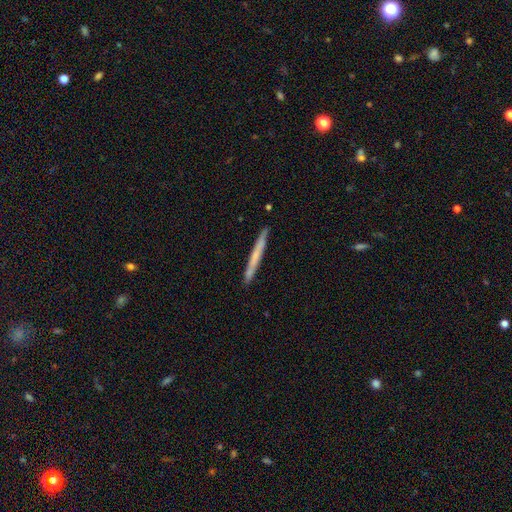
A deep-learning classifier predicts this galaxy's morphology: type=smooth (55%); roundness=cigar-shaped (97%); merging=none (90%).